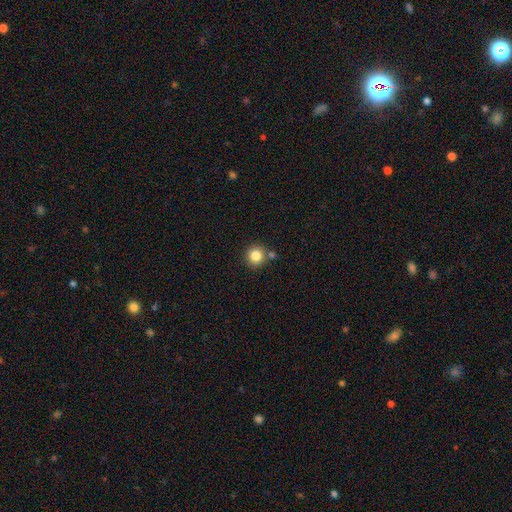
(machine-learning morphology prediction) Overall: smooth (84%). How rounded: round (92%). Merging: none (76%).